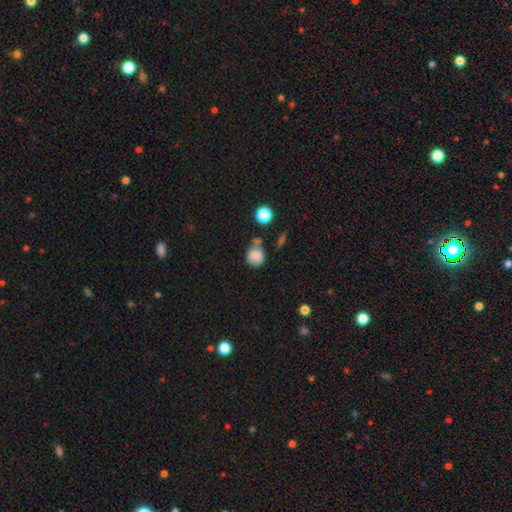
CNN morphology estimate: A smooth galaxy with no disk features (83%) that is round (78%).

Vote fractions:
- Smooth or featured? smooth: 83% / star or artifact: 10% / featured or disk: 7%
- How rounded? round: 78% / in between: 21% / cigar-shaped: 1%
- Merging? none: 53% / merger: 21% / minor disturbance: 20% / major disturbance: 7%